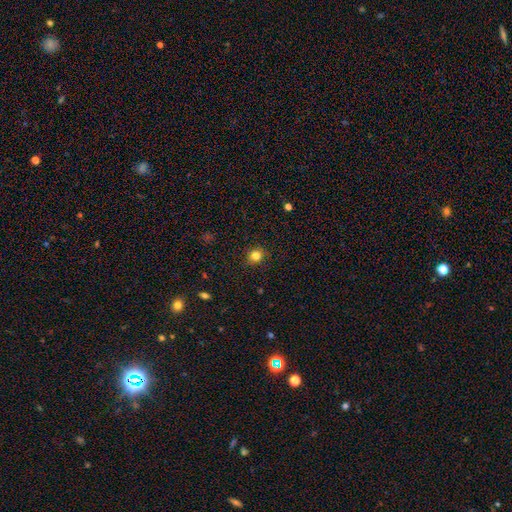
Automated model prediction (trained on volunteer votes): This is clearly a smooth galaxy (81%). How rounded: clearly round (87%). Merging: clearly none (89%).